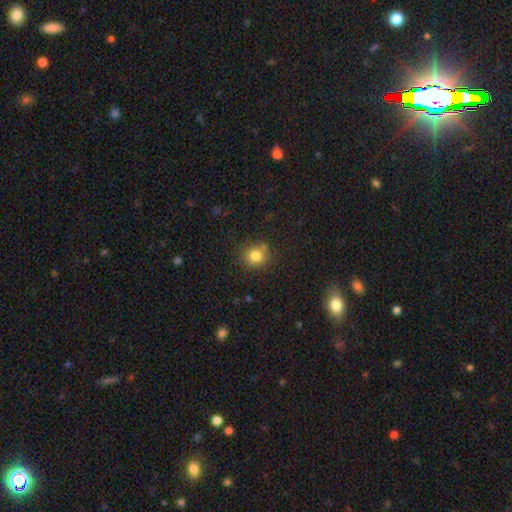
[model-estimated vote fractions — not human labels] smooth-or-featured: smooth: 81% | star or artifact: 12% | featured or disk: 7%
  how-rounded: round: 84% | in between: 15% | cigar-shaped: 1%
  merging: none: 77% | minor disturbance: 14% | merger: 5% | major disturbance: 4%